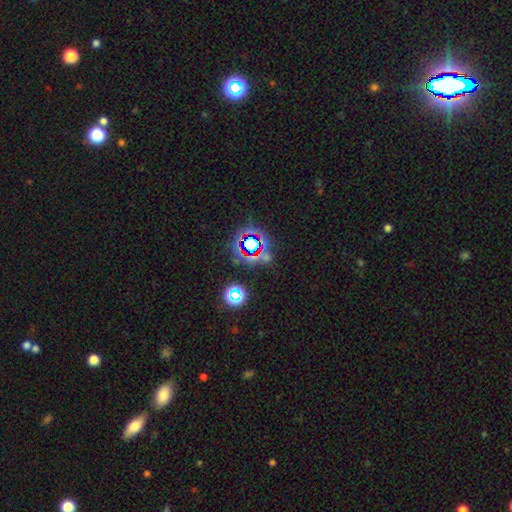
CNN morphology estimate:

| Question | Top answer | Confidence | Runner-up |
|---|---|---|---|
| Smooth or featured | star or artifact | 65% | smooth (23%) |